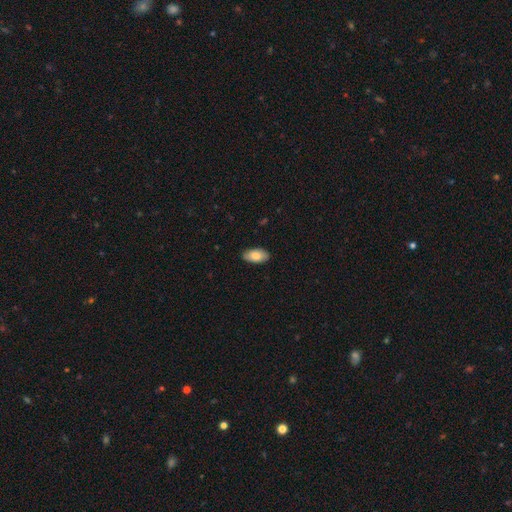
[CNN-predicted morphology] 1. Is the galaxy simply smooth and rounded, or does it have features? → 82% smooth, 12% featured or disk, 6% star or artifact.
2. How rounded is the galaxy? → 95% in between, 3% cigar-shaped, 3% round.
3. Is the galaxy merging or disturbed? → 87% none, 10% minor disturbance, 2% major disturbance, 1% merger.